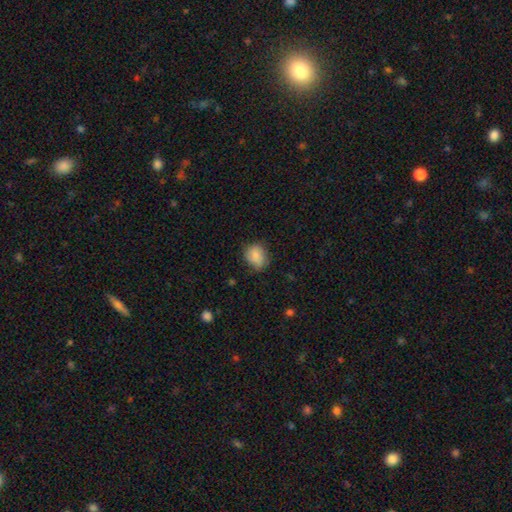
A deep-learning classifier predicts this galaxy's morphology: smooth 83%, featured or disk 9%, star or artifact 8%. Down the decision tree: how rounded — round (54%); merging — none (70%).